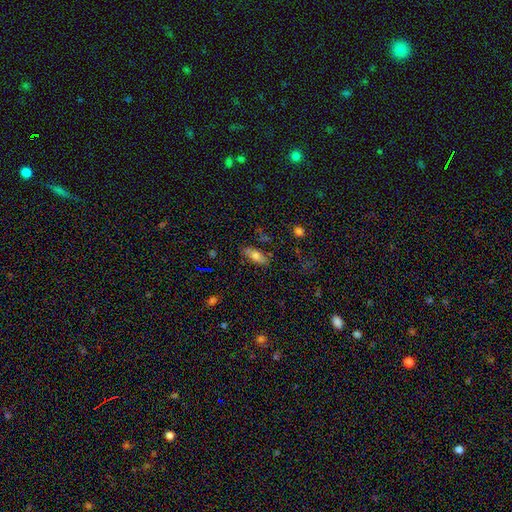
A smooth galaxy with no disk features (84%) that is in between round and cigar-shaped (84%).

Vote fractions:
- Smooth or featured? smooth: 84% / star or artifact: 11% / featured or disk: 5%
- How rounded? in between: 84% / cigar-shaped: 16% / round: 0%
- Merging? none: 76% / minor disturbance: 18% / major disturbance: 3% / merger: 3%